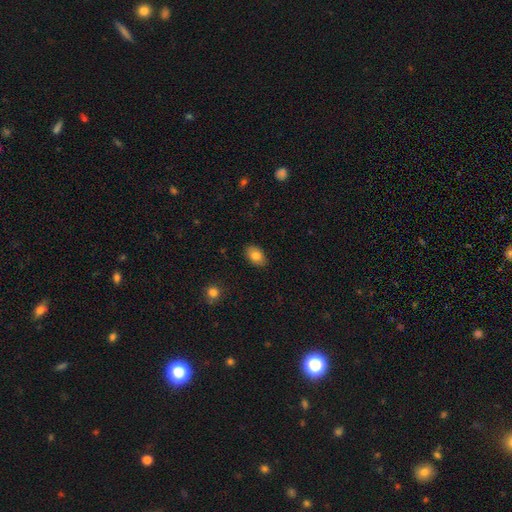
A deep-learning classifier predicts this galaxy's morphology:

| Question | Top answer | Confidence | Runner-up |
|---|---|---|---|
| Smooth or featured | smooth | 81% | featured or disk (11%) |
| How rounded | in between | 89% | round (10%) |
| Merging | none | 88% | minor disturbance (9%) |